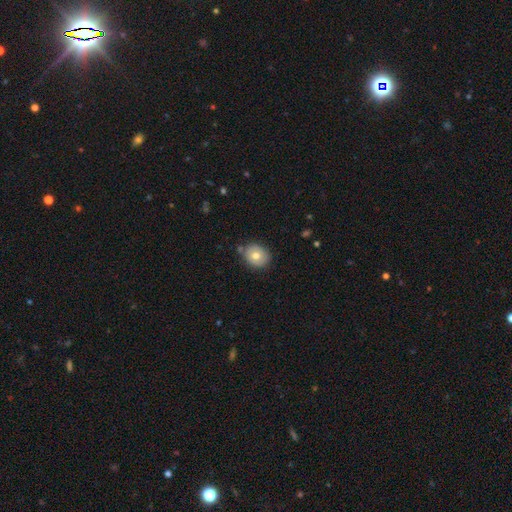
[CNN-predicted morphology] type=smooth (73%); roundness=round (60%); merging=none (79%).